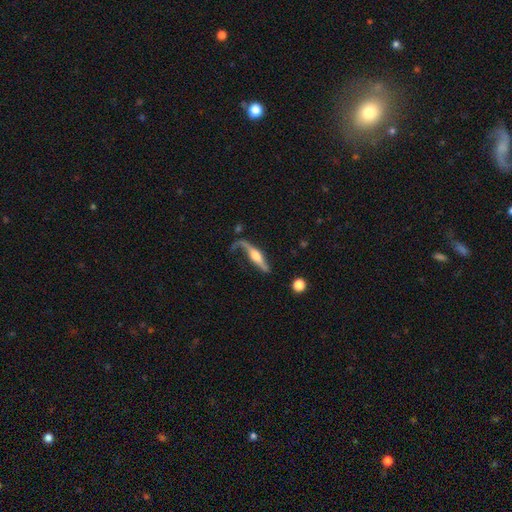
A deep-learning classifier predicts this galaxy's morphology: The model was most divided on "merging": none: 45%, major disturbance: 24%, minor disturbance: 24%, merger: 7%. More confident: edge-on bulge — rounded (87%); smooth or featured — featured or disk (73%); edge-on disk — yes (70%).